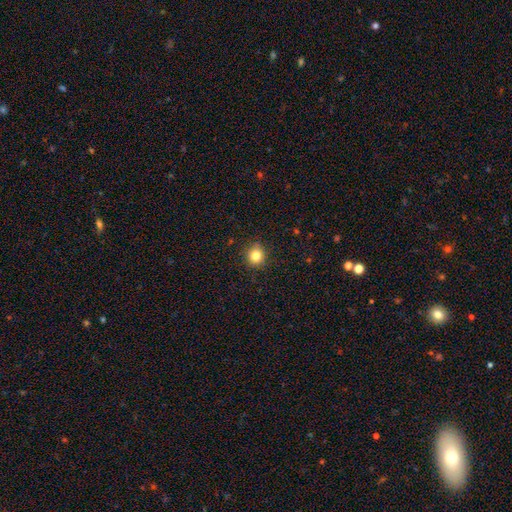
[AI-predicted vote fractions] Overall: smooth (82%). How rounded: round (87%). Merging: none (89%).